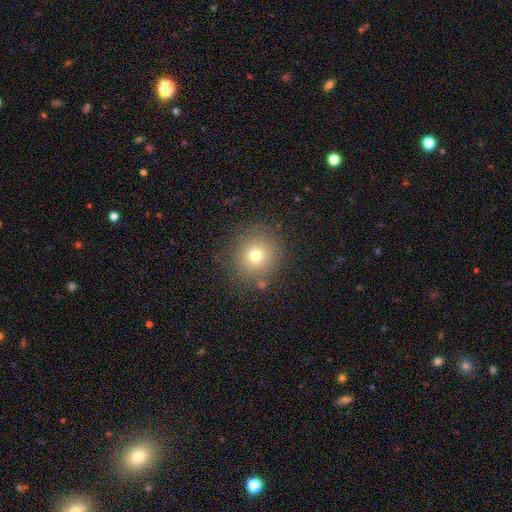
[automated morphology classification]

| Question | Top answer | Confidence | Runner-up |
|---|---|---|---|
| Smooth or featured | smooth | 73% | star or artifact (15%) |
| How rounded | round | 92% | in between (7%) |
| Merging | none | 85% | minor disturbance (9%) |